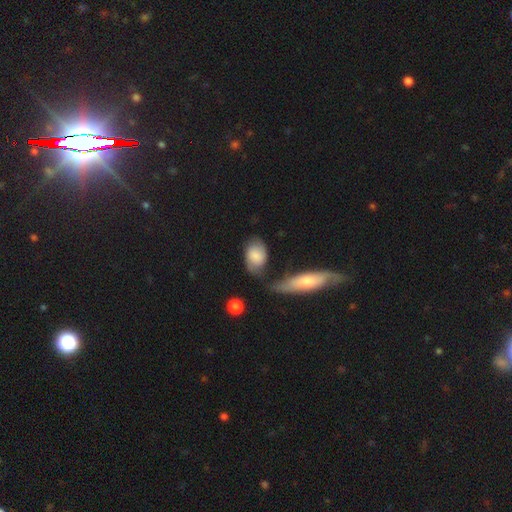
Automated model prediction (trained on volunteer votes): A smooth galaxy with no disk features (70%) that is in between round and cigar-shaped (81%). Merging: none (52%).